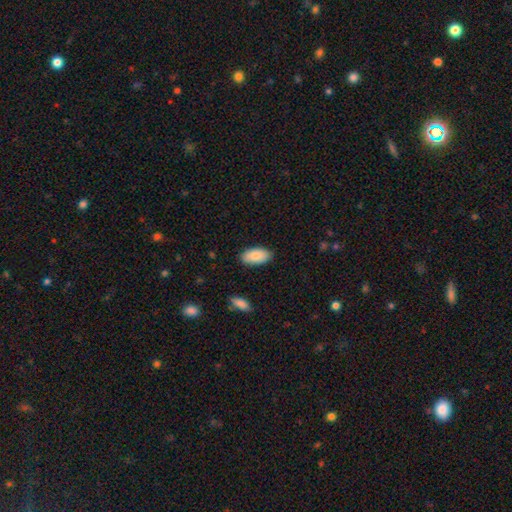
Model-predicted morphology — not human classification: smooth_or_featured: smooth (p=0.87) [alt: featured or disk p=0.07]
how_rounded: in between (p=0.94) [alt: cigar-shaped p=0.04]
merging: none (p=0.87) [alt: minor disturbance p=0.10]